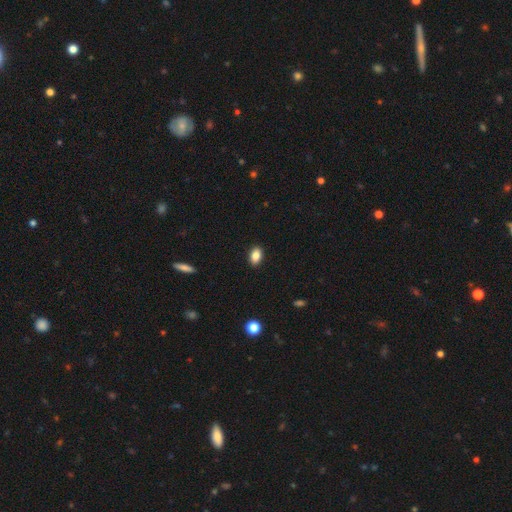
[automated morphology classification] smooth 85%, star or artifact 8%, featured or disk 6%. Down the decision tree: how rounded — in between (87%); merging — none (90%).